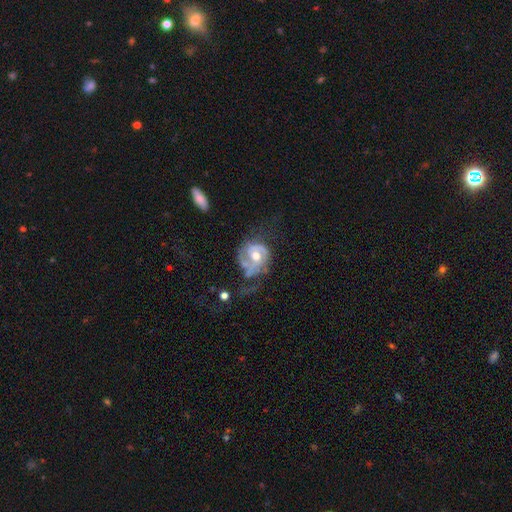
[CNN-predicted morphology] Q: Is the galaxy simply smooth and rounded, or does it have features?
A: featured or disk — 78%.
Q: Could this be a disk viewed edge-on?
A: no — 97%.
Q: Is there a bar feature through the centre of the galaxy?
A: no — 66%.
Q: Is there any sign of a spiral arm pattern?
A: yes — 86%.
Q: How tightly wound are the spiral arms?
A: tight — 42%.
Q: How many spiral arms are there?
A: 2 — 59%.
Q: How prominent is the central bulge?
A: moderate — 71%.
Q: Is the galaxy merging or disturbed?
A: none — 35%.